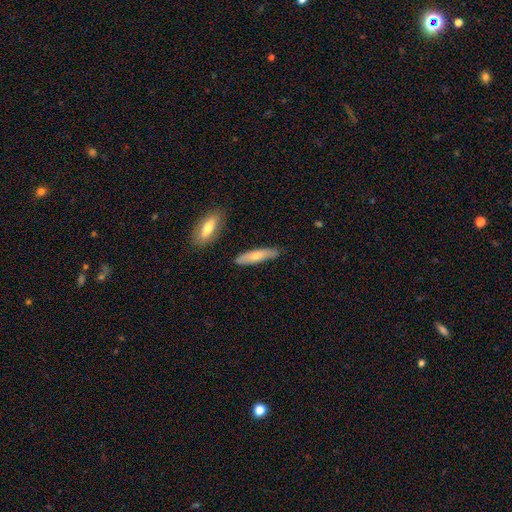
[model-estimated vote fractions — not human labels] Overall: smooth (62%; featured or disk 32%). How rounded: cigar-shaped (75%). Merging: none (81%).